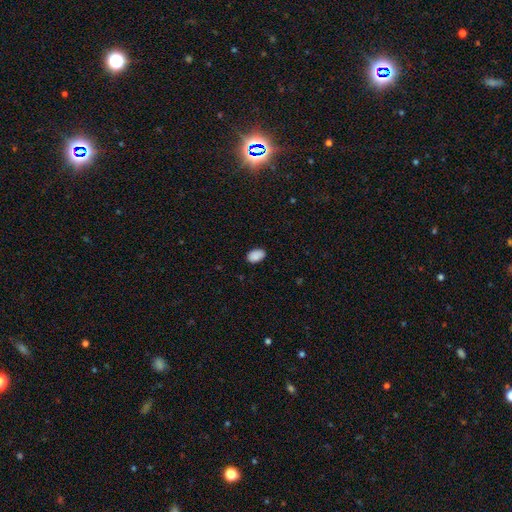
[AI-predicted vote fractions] This is clearly a smooth galaxy (89%). How rounded: clearly in between (90%). Merging: clearly none (85%).